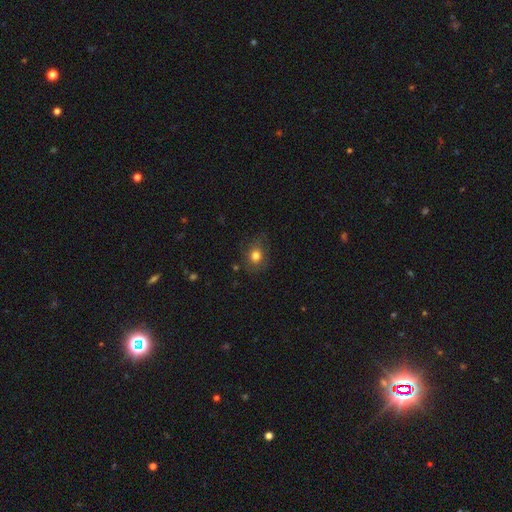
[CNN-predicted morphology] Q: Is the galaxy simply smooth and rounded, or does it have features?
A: smooth — 77%.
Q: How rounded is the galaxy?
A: round — 60%.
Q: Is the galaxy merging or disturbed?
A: none — 73%.